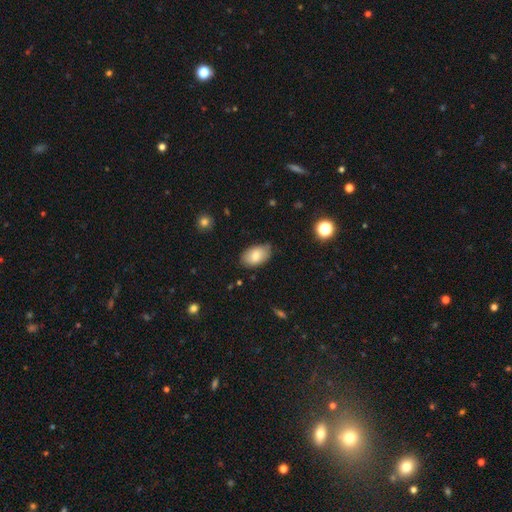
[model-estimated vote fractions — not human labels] This is clearly a smooth galaxy (81%). How rounded: clearly in between (92%). Merging: likely none (73%).